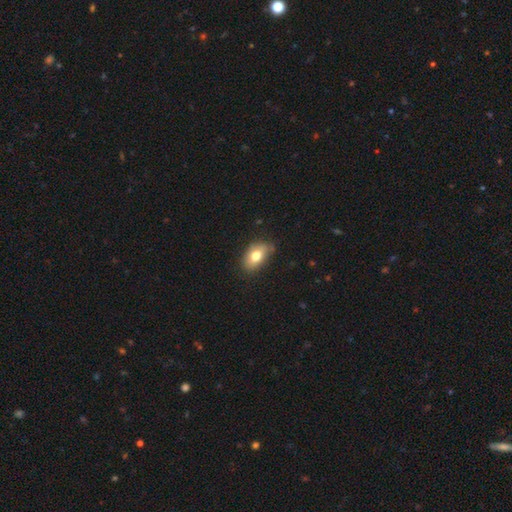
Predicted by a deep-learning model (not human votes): Morphology: type=smooth (75%); roundness=in between (88%); merging=none (77%).